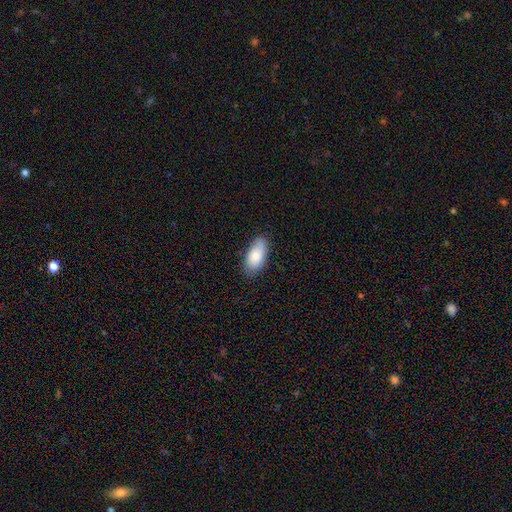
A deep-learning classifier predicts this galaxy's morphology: type=smooth (81%); roundness=in between (93%); merging=none (80%).